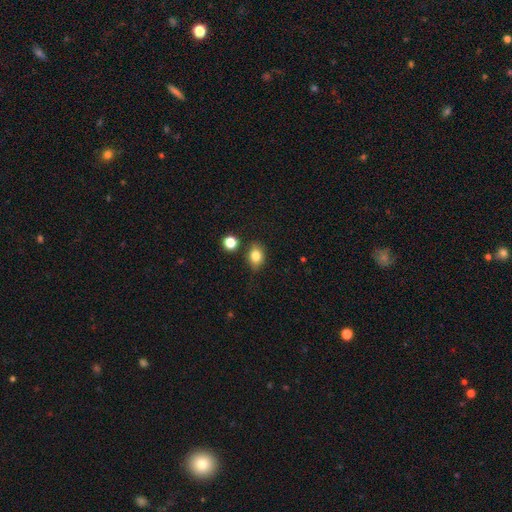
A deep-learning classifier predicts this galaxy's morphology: Smooth or featured? Predicted: smooth (p=0.80). How rounded? Predicted: in between (p=0.66). Merging? Predicted: none (p=0.77).